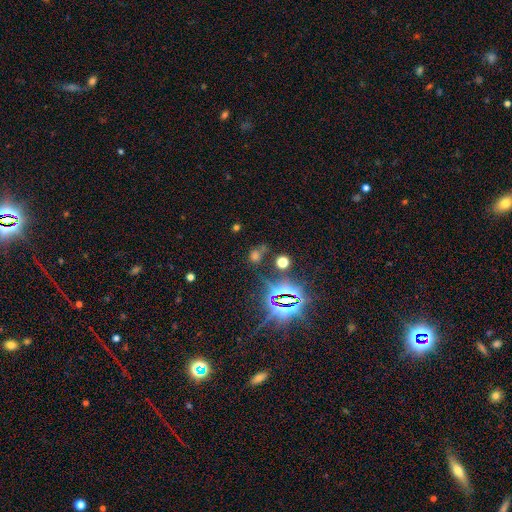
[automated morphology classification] star or artifact 65%, smooth 24%, featured or disk 11%.